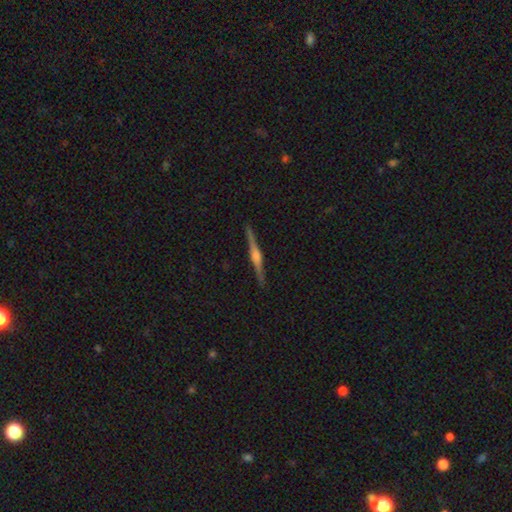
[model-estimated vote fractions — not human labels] A featured or disk galaxy (85%) viewed edge-on (99%) with a rounded central bulge (86%). Merging: none (92%).